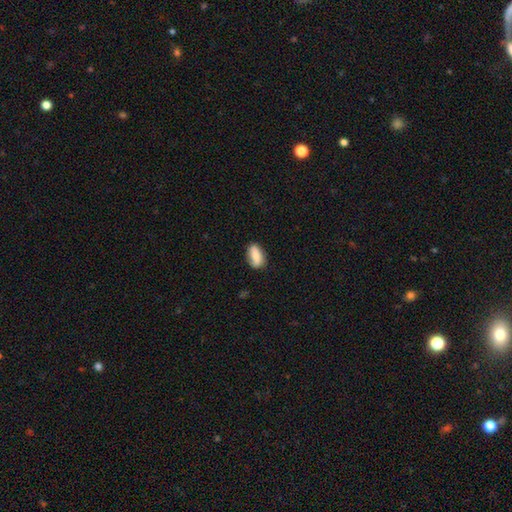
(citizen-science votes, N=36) smooth-or-featured: smooth: 89% | featured or disk: 8% | star or artifact: 3%
  how-rounded: in between: 91% | round: 6% | cigar-shaped: 3%
  merging: none: 91% | minor disturbance: 9% | major disturbance: 0% | merger: 0%